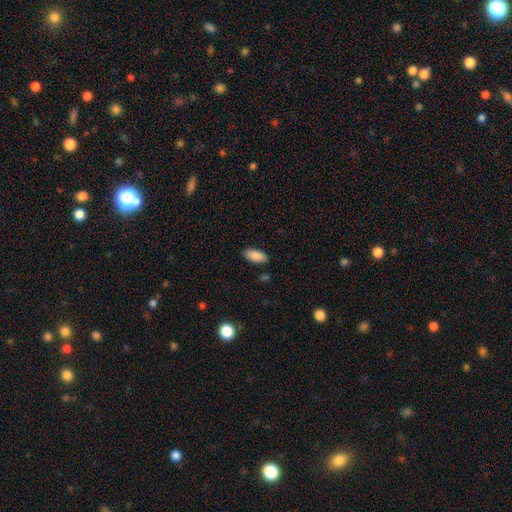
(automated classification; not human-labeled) Smooth or featured? Predicted: smooth (p=0.88). How rounded? Predicted: in between (p=0.89). Merging? Predicted: none (p=0.85).